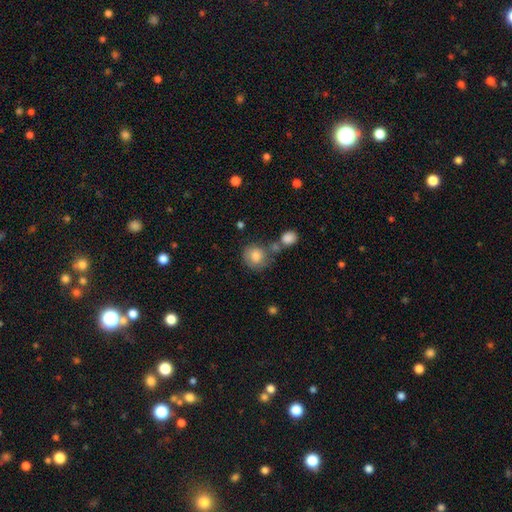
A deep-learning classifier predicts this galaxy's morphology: type=smooth (82%); roundness=round (82%); merging=none (55%).